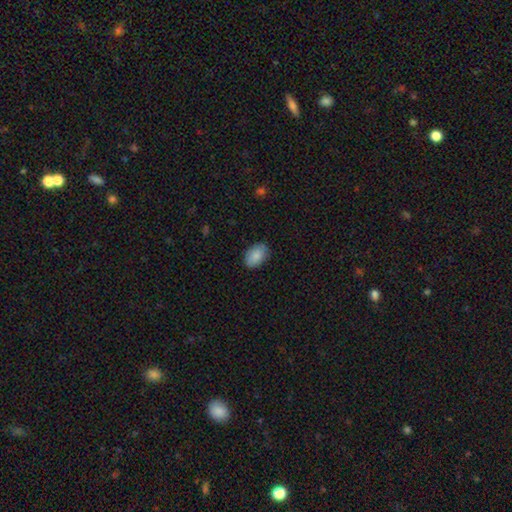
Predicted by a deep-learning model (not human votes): Q: Smooth or featured?
A: smooth (88%); runner-up: star or artifact (6%)
Q: How rounded?
A: in between (90%); runner-up: round (9%)
Q: Merging?
A: none (85%); runner-up: minor disturbance (12%)